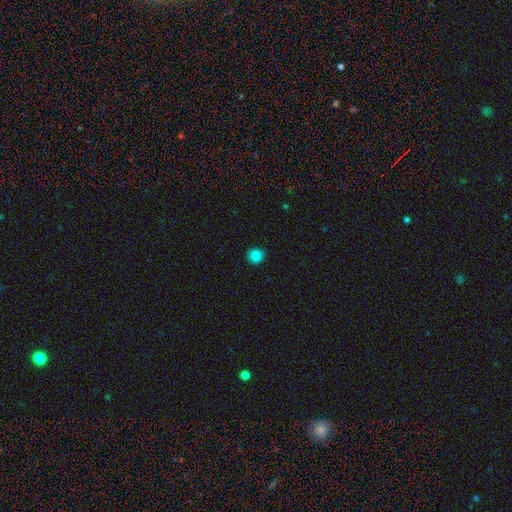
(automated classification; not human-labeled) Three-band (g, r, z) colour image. It shows a smooth galaxy with no disk features (85%) that is round (87%). Merging: none (90%).